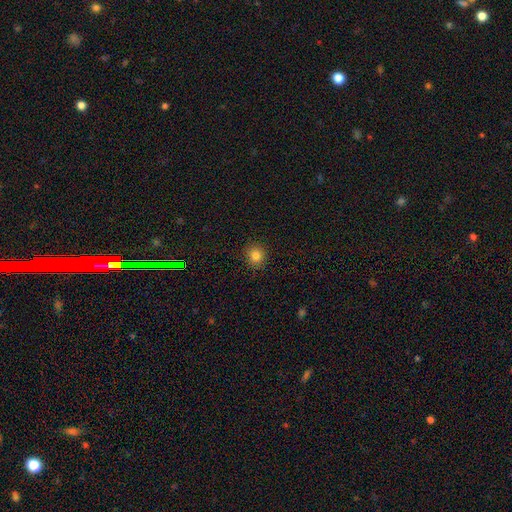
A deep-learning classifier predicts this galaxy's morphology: Overall: smooth (81%). How rounded: round (90%). Merging: none (91%).